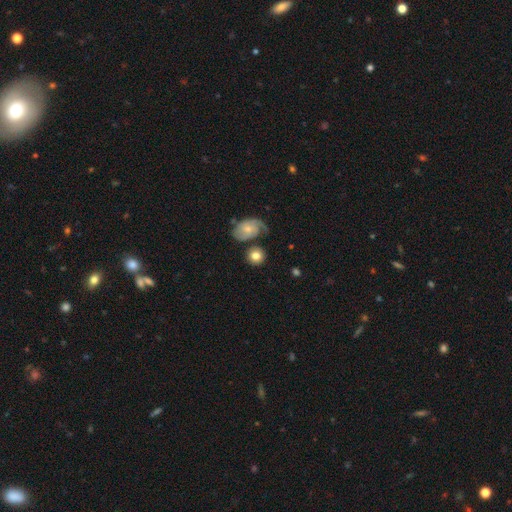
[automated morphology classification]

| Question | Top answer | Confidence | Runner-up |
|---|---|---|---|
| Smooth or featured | smooth | 73% | featured or disk (20%) |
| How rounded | round | 83% | in between (16%) |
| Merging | none | 69% | merger (13%) |